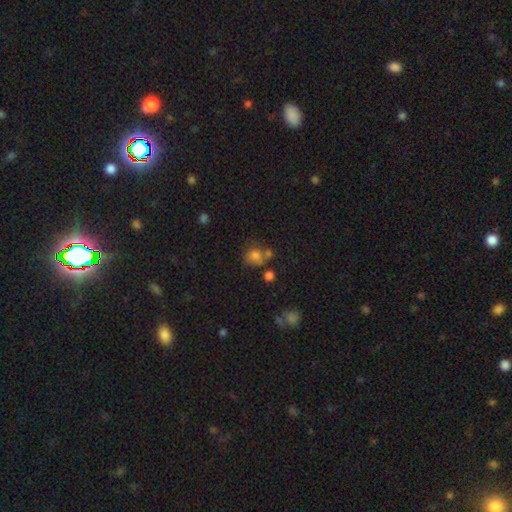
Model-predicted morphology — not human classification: The model was most divided on "merging": none: 47%, merger: 23%, minor disturbance: 19%, major disturbance: 10%. More confident: smooth or featured — smooth (73%); how rounded — round (69%).